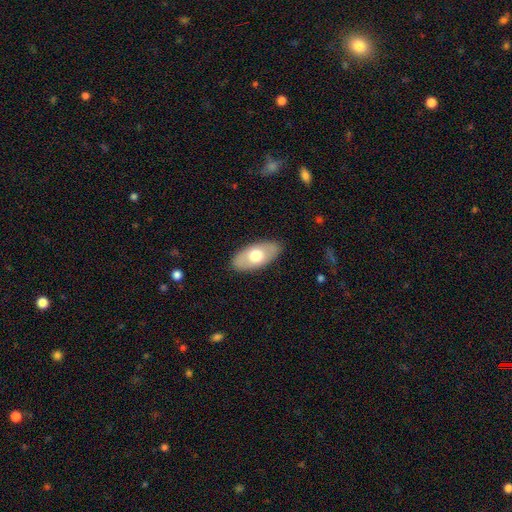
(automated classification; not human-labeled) Smooth or featured?
  - smooth: 63% *
  - featured or disk: 32%
  - star or artifact: 5%
How rounded?
  - in between: 92% *
  - cigar-shaped: 4%
  - round: 4%
Merging?
  - none: 87% *
  - minor disturbance: 10%
  - major disturbance: 2%
  - merger: 1%